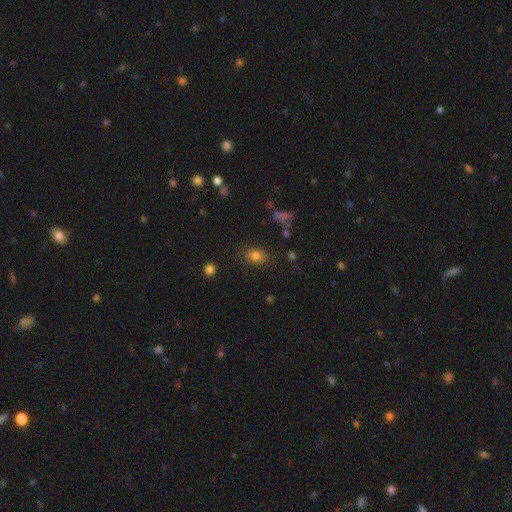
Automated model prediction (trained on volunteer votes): This appears to be a smooth galaxy with no disk features (80%) that is in between round and cigar-shaped (70%). Merging: none (82%).